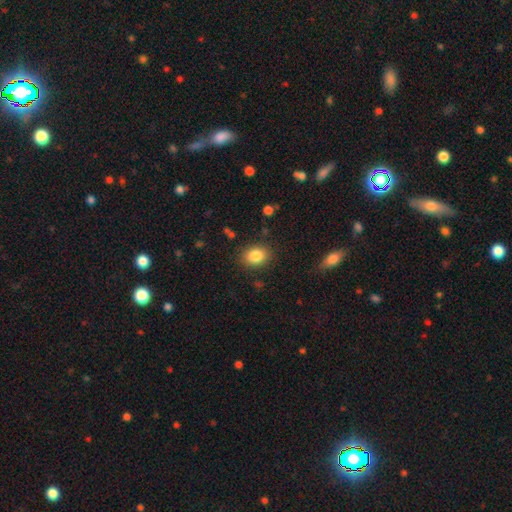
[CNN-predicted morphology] smooth-or-featured: smooth: 85% | star or artifact: 9% | featured or disk: 6%
  how-rounded: in between: 65% | round: 34% | cigar-shaped: 1%
  merging: none: 85% | minor disturbance: 10% | major disturbance: 3% | merger: 2%